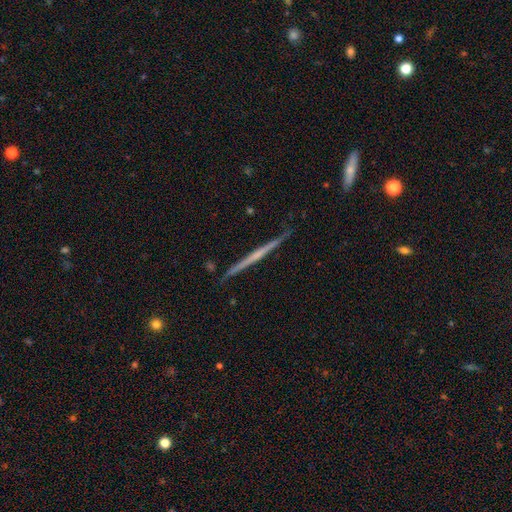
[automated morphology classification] Smooth or featured? featured or disk (69%)
Edge-on disk? yes (98%)
Edge-on bulge? none (72%)
Merging? none (88%)